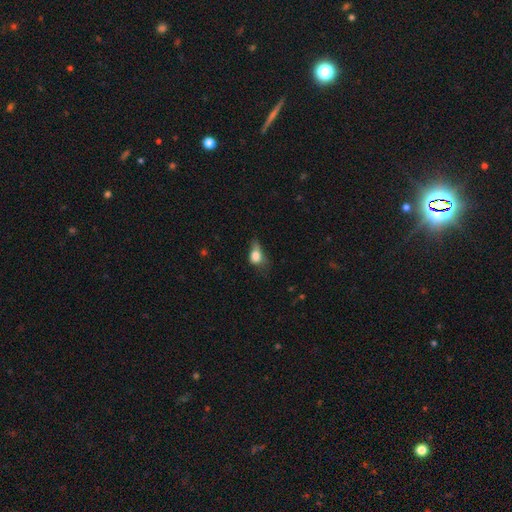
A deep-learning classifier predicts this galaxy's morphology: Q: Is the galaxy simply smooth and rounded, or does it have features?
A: smooth — 75%.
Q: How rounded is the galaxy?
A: in between — 69%.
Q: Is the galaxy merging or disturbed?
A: major disturbance — 39%.